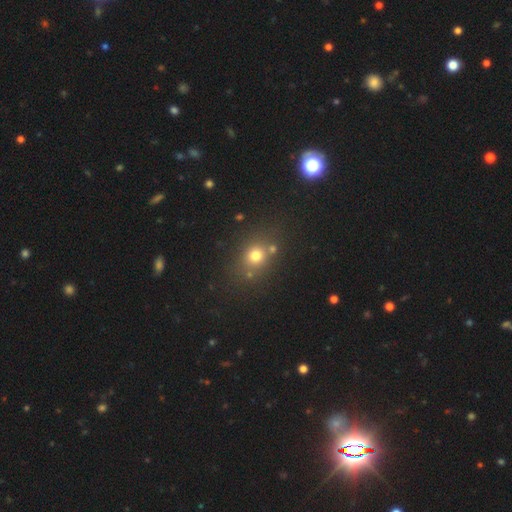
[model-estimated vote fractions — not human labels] smooth 71%, star or artifact 18%, featured or disk 10%. Down the decision tree: how rounded — round (70%); merging — none (70%).